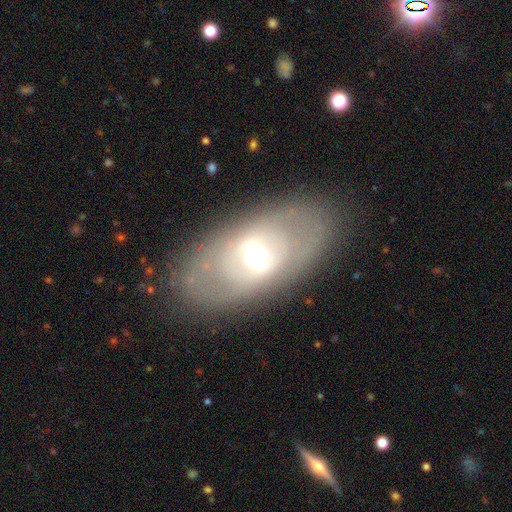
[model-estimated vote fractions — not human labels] smooth-or-featured: featured or disk: 61% | smooth: 32% | star or artifact: 7%
  disk-edge-on: no: 86% | yes: 14%
    bar: no: 49% | weak: 35% | strong: 17%
    has-spiral-arms: no: 75% | yes: 25%
    bulge-size: moderate: 62% | small: 26% | large: 9% | dominant: 2% | none: 1%
  merging: none: 81% | minor disturbance: 11% | major disturbance: 6% | merger: 1%